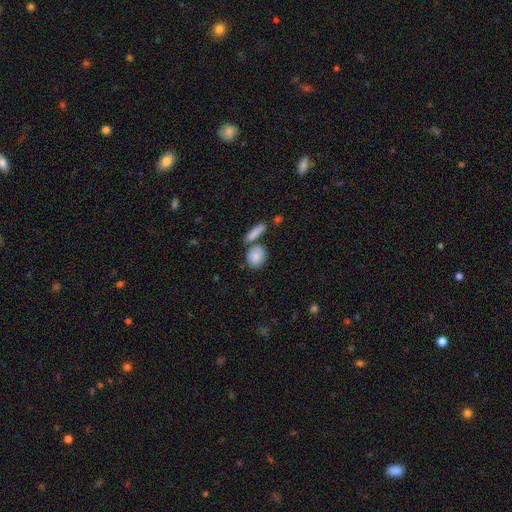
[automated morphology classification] smooth-or-featured: smooth: 84% | featured or disk: 9% | star or artifact: 7%
  how-rounded: round: 55% | in between: 41% | cigar-shaped: 4%
  merging: none: 58% | merger: 25% | minor disturbance: 12% | major disturbance: 4%